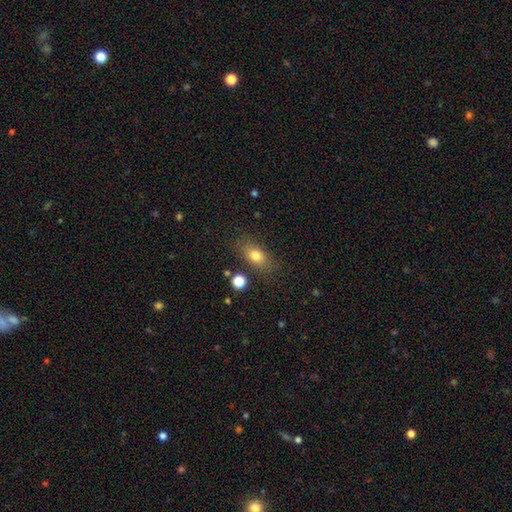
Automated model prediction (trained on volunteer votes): The model was most divided on "how rounded": in between: 77%, round: 15%, cigar-shaped: 7%. More confident: merging — none (78%); smooth or featured — smooth (78%).